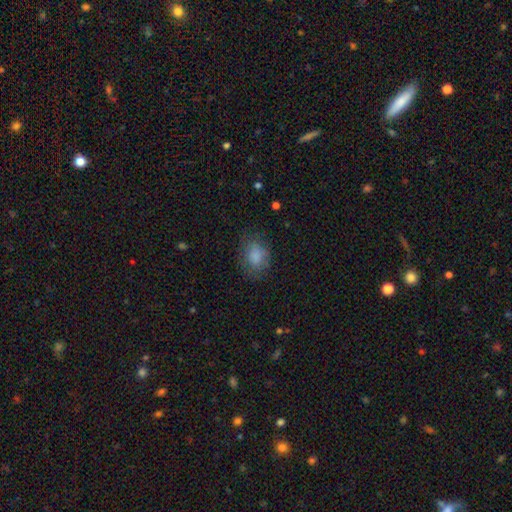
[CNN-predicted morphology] This is clearly a smooth galaxy (83%). How rounded: likely in between (63%). Merging: likely none (72%).